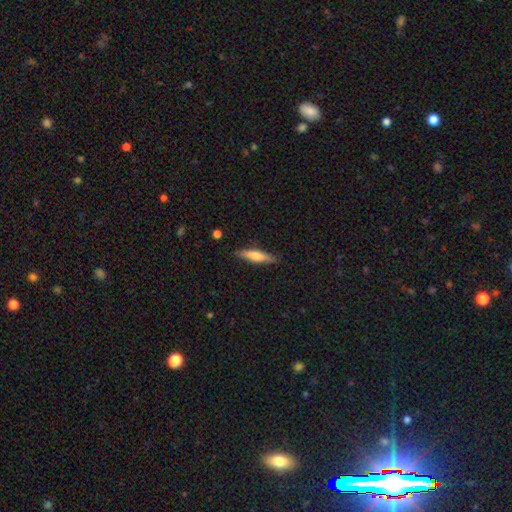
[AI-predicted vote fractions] Overall: smooth (59%; featured or disk 35%). How rounded: cigar-shaped (80%). Merging: none (86%).